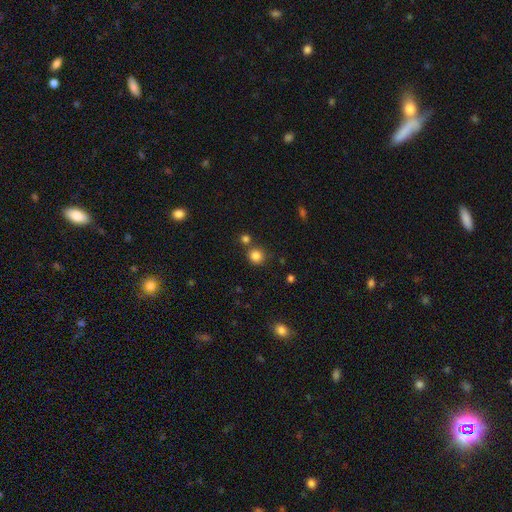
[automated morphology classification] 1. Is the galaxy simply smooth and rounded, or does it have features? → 83% smooth, 12% star or artifact, 5% featured or disk.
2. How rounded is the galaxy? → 89% round, 10% in between, 1% cigar-shaped.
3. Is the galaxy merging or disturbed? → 74% none, 14% merger, 9% minor disturbance, 3% major disturbance.